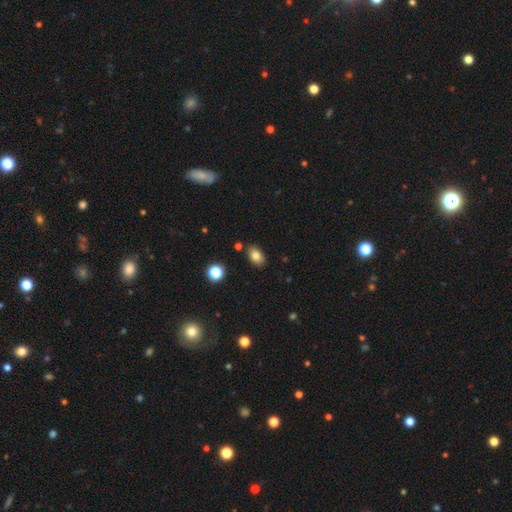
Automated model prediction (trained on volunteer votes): This appears to be a smooth galaxy with no disk features (82%) that is in between round and cigar-shaped (86%). Merging: none (84%).